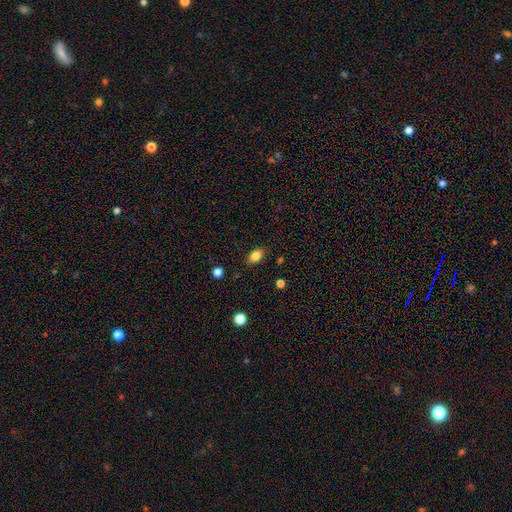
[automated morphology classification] smooth 82%, star or artifact 10%, featured or disk 8%. Down the decision tree: how rounded — in between (84%); merging — none (85%).